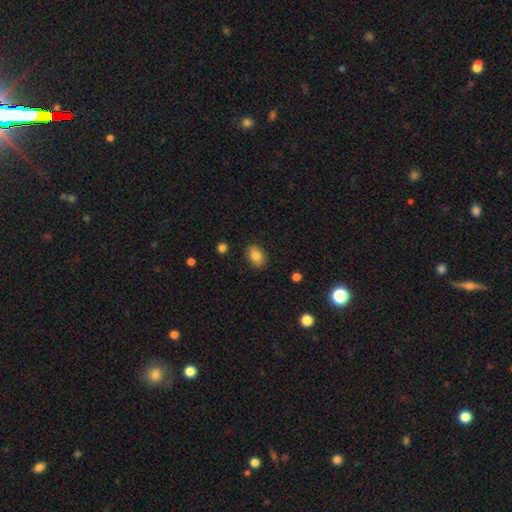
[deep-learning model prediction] Smooth or featured: smooth — 84% (star or artifact — 9%)
How rounded: in between — 77% (round — 22%)
Merging: none — 87% (minor disturbance — 10%)